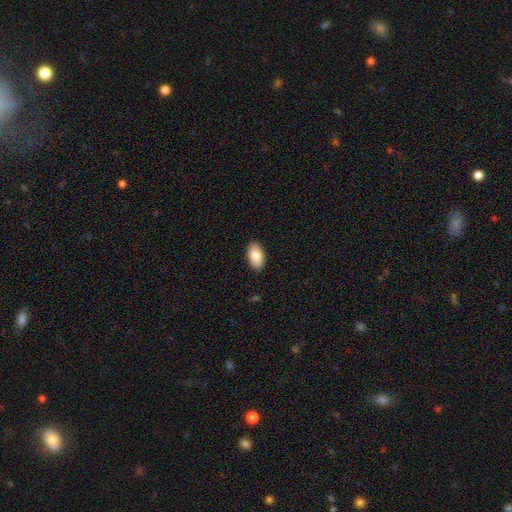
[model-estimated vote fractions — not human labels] Smooth or featured? smooth (86%)
How rounded? in between (95%)
Merging? none (89%)